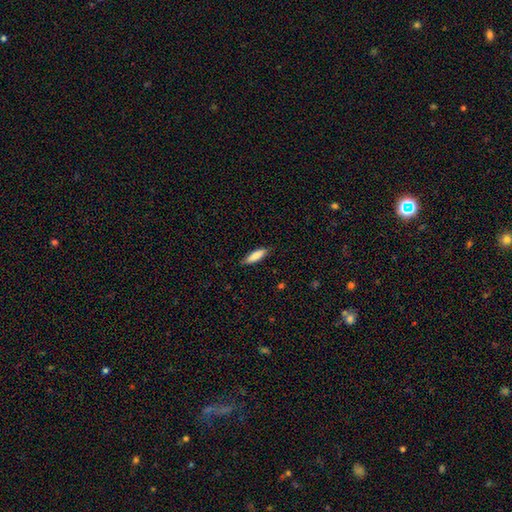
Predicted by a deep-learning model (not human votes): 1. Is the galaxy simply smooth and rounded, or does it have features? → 83% smooth, 11% featured or disk, 6% star or artifact.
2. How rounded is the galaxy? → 53% cigar-shaped, 45% in between, 2% round.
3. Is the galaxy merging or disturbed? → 85% none, 12% minor disturbance, 2% major disturbance, 1% merger.